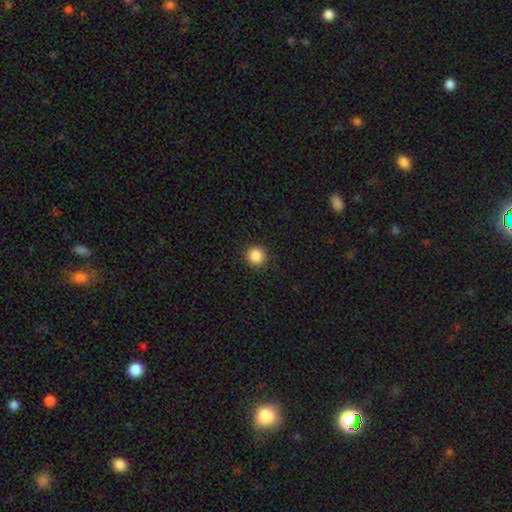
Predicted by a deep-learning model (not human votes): Morphology: type=smooth (87%); roundness=round (94%); merging=none (91%).